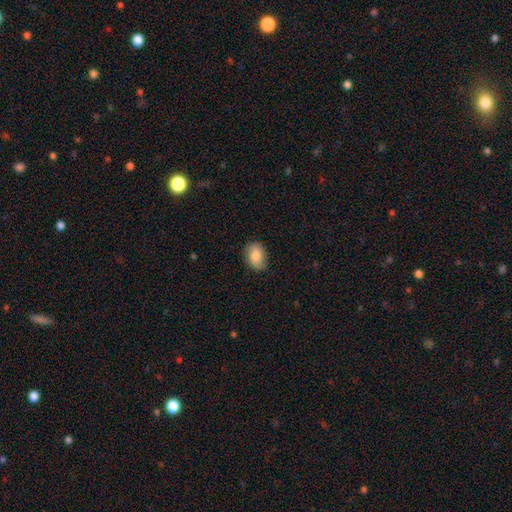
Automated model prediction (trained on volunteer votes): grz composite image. It shows a smooth galaxy with no disk features (80%) that is in between round and cigar-shaped (76%). Merging: none (79%).